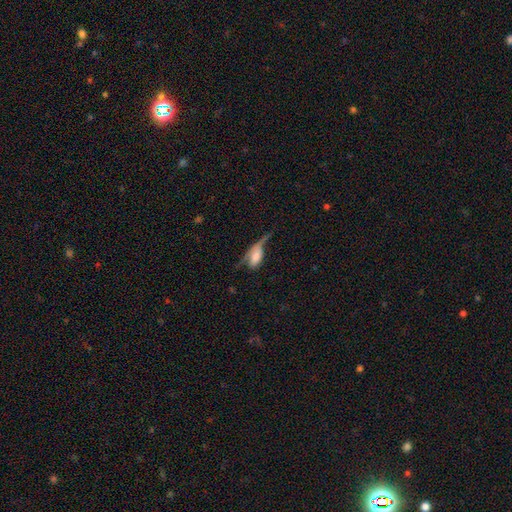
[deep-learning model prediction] Smooth or featured? smooth (48%)
Merging? major disturbance (49%)